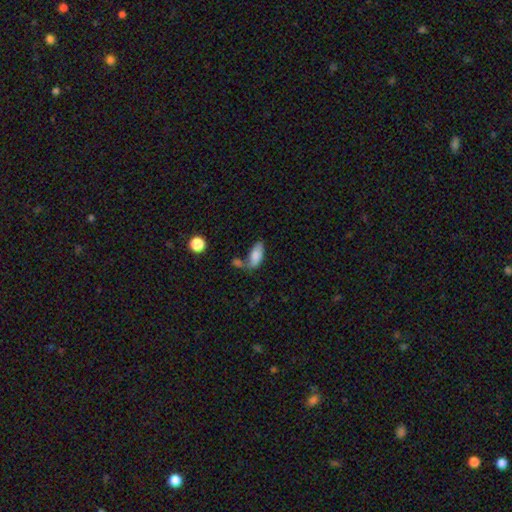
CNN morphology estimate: smooth-or-featured: smooth: 80% | featured or disk: 12% | star or artifact: 8%
  how-rounded: in between: 86% | cigar-shaped: 12% | round: 3%
  merging: none: 41% | merger: 31% | minor disturbance: 19% | major disturbance: 9%